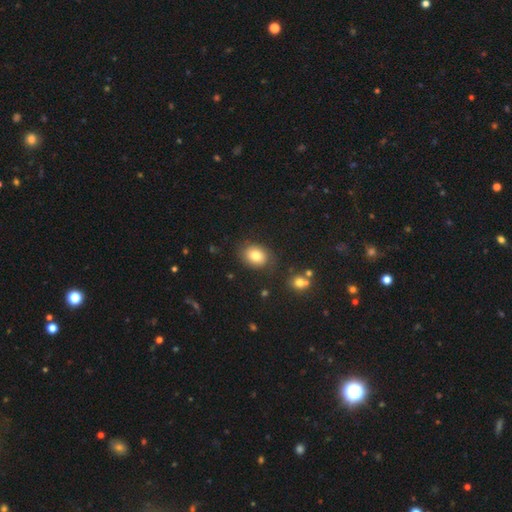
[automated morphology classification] smooth 80%, featured or disk 10%, star or artifact 9%. Down the decision tree: how rounded — in between (56%); merging — none (82%).